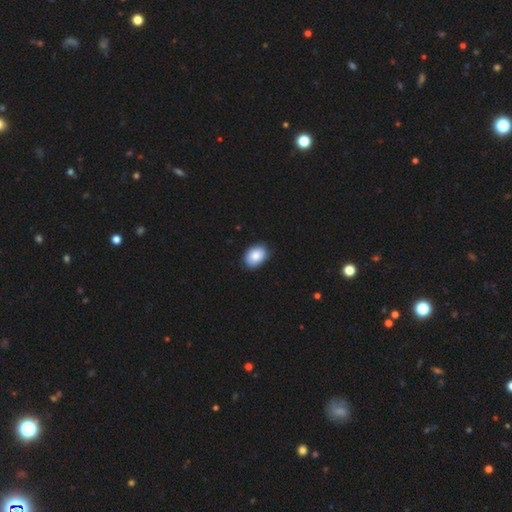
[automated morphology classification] This appears to be a smooth galaxy with no disk features (87%) that is in between round and cigar-shaped (76%). Merging: none (85%).